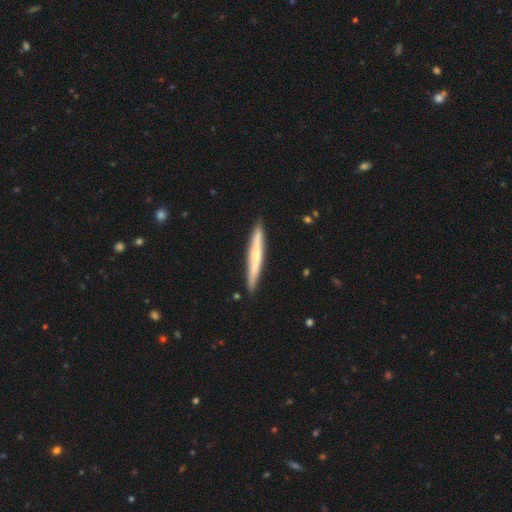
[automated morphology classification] This appears to be a smooth galaxy with no disk features (50%). Merging: none (89%).